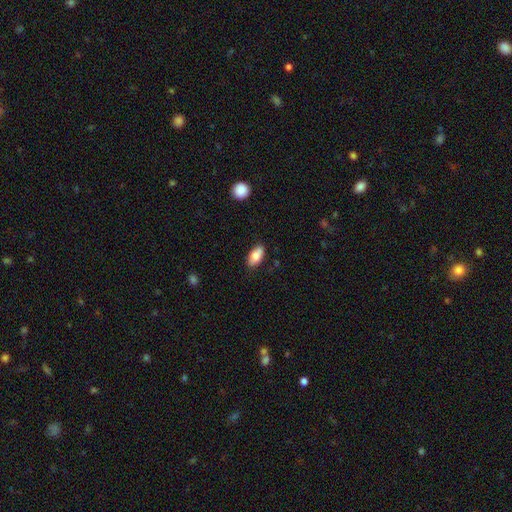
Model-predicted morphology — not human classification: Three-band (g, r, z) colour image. It shows a smooth galaxy with no disk features (82%) that is in between round and cigar-shaped (91%). Merging: none (83%).